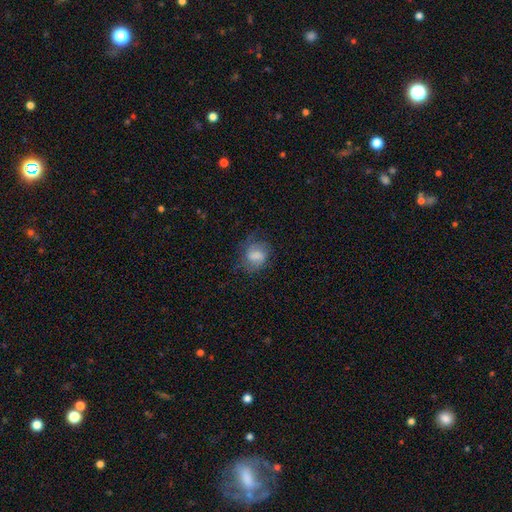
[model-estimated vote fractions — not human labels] A smooth galaxy with no disk features (66%) that is in between round and cigar-shaped (53%). Merging: none (56%).